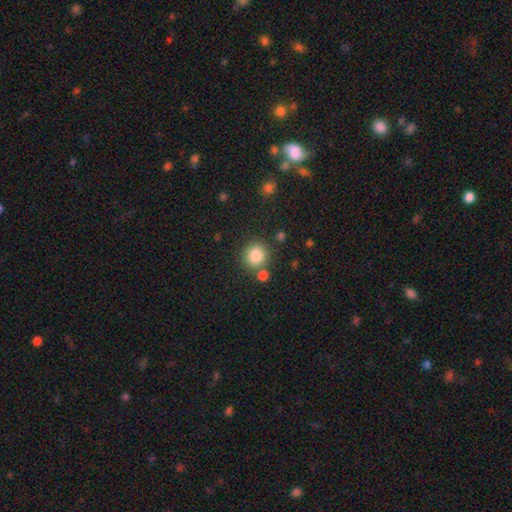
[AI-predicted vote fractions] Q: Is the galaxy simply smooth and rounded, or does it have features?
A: smooth — 84%.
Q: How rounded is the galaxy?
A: round — 89%.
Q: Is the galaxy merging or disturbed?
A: none — 77%.